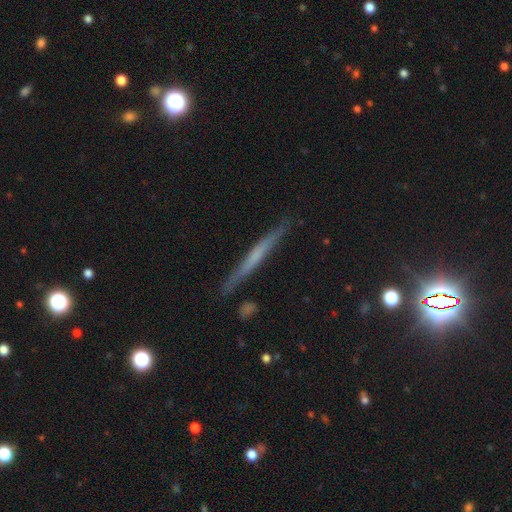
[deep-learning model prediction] Smooth or featured? Predicted: featured or disk (p=0.55). Edge-on disk? Predicted: yes (p=0.96). Edge-on bulge? Predicted: none (p=0.75). Merging? Predicted: none (p=0.88).